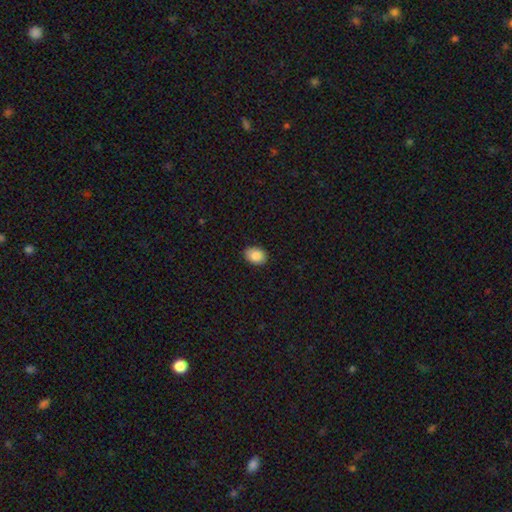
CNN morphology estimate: This appears to be a smooth galaxy with no disk features (88%) that is in between round and cigar-shaped (75%). Merging: none (87%).